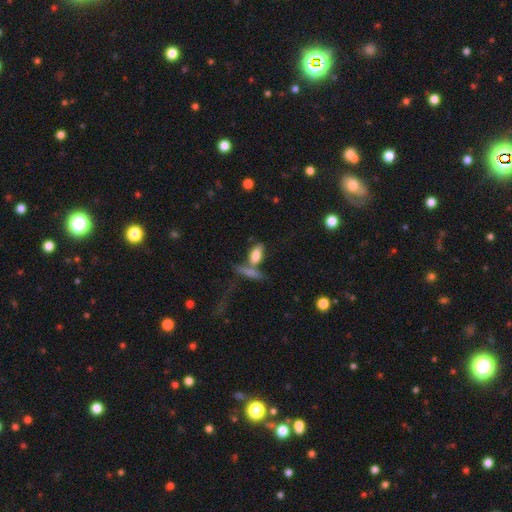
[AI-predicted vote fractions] Smooth or featured? smooth (77%)
How rounded? in between (80%)
Merging? none (41%)